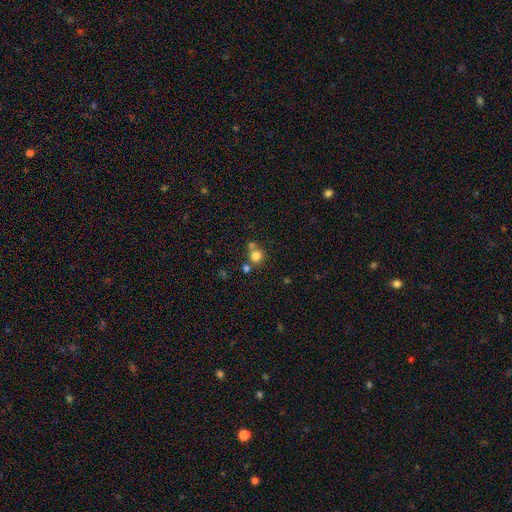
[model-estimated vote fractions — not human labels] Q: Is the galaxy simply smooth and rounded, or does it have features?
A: smooth — 79%.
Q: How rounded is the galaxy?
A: round — 89%.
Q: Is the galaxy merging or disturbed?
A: none — 60%.